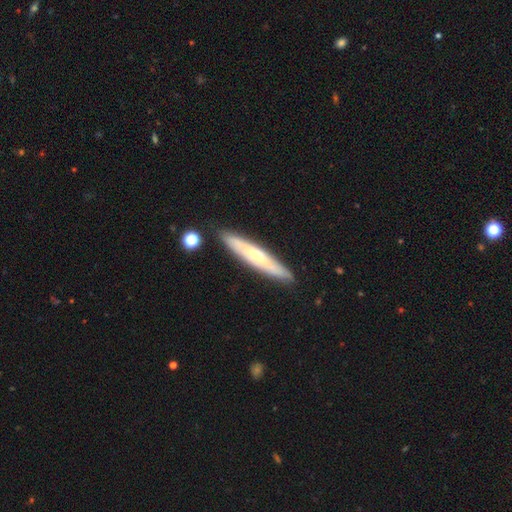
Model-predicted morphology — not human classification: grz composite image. It shows a featured or disk galaxy (54%) viewed edge-on (77%). Merging: none (86%).